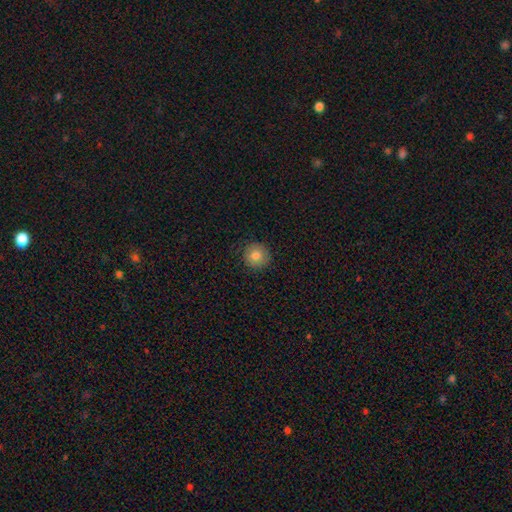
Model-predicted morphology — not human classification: smooth 81%, featured or disk 10%, star or artifact 10%. Down the decision tree: how rounded — round (94%); merging — none (90%).